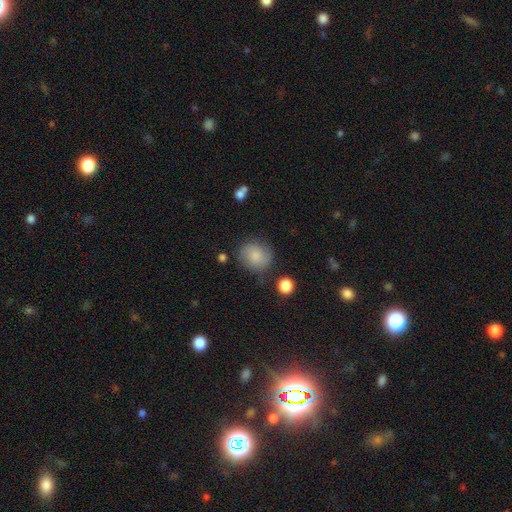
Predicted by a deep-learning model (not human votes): This is likely a smooth galaxy (76%). How rounded: clearly round (83%). Merging: likely none (75%).